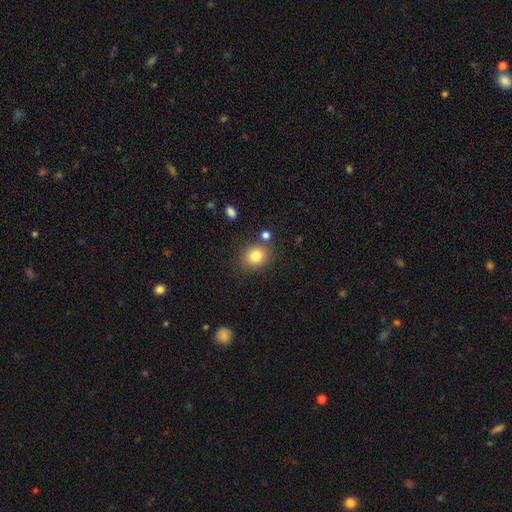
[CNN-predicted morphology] The model was most divided on "how rounded": round: 71%, in between: 28%, cigar-shaped: 1%. More confident: smooth or featured — smooth (81%); merging — none (77%).